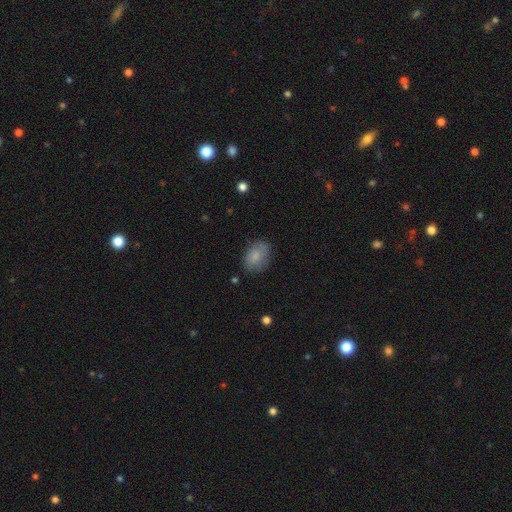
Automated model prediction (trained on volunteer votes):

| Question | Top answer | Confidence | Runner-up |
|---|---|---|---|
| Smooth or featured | smooth | 79% | featured or disk (14%) |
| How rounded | in between | 79% | round (20%) |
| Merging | none | 72% | minor disturbance (20%) |